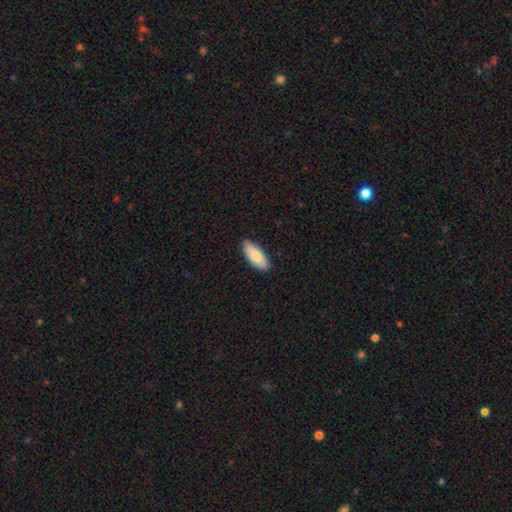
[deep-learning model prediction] Smooth or featured?
  - smooth: 86% *
  - featured or disk: 9%
  - star or artifact: 5%
How rounded?
  - in between: 81% *
  - cigar-shaped: 17%
  - round: 2%
Merging?
  - none: 86% *
  - minor disturbance: 11%
  - major disturbance: 2%
  - merger: 1%